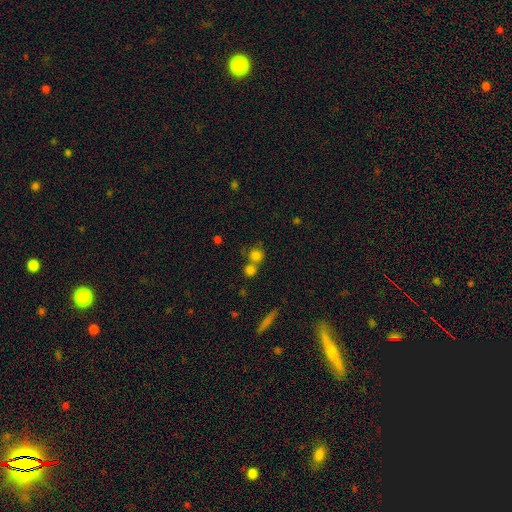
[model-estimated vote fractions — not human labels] smooth 78%, star or artifact 13%, featured or disk 9%. Down the decision tree: how rounded — round (86%); merging — none (49%).